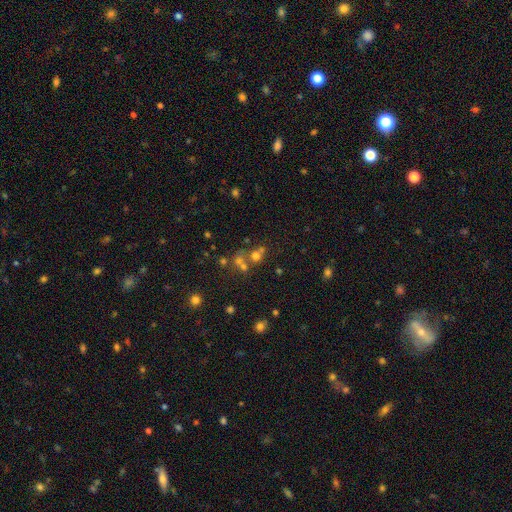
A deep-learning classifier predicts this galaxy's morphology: A smooth galaxy with no disk features (53%) that is round (80%).

Vote fractions:
- Smooth or featured? smooth: 53% / star or artifact: 29% / featured or disk: 18%
- How rounded? round: 80% / in between: 18% / cigar-shaped: 1%
- Merging? none: 47% / merger: 40% / minor disturbance: 8% / major disturbance: 5%